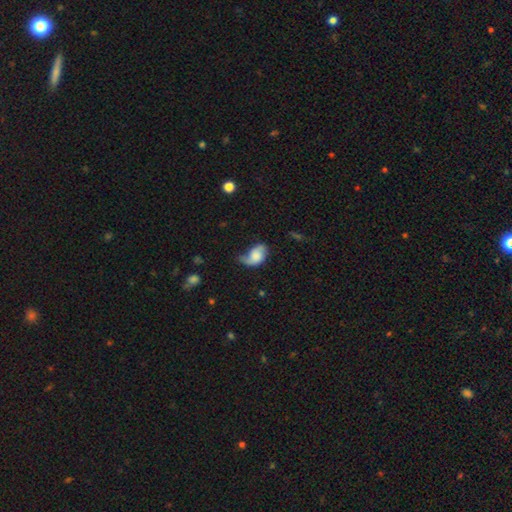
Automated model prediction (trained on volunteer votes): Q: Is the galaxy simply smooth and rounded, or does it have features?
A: featured or disk — 50%.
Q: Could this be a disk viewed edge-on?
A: no — 96%.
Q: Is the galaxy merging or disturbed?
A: minor disturbance — 35%.